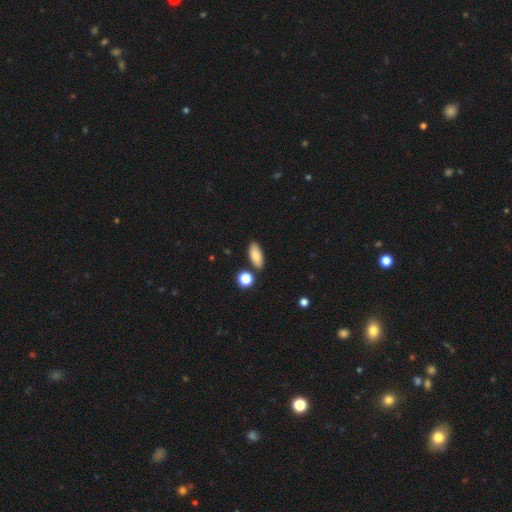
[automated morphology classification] smooth 84%, featured or disk 8%, star or artifact 8%. Down the decision tree: how rounded — in between (84%); merging — none (80%).